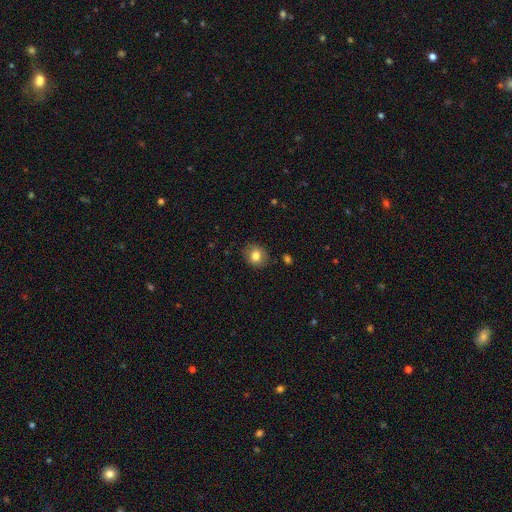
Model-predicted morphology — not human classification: A smooth galaxy with no disk features (79%) that is round (68%).

Vote fractions:
- Smooth or featured? smooth: 79% / featured or disk: 11% / star or artifact: 10%
- How rounded? round: 68% / in between: 31% / cigar-shaped: 1%
- Merging? none: 85% / minor disturbance: 11% / major disturbance: 2% / merger: 1%